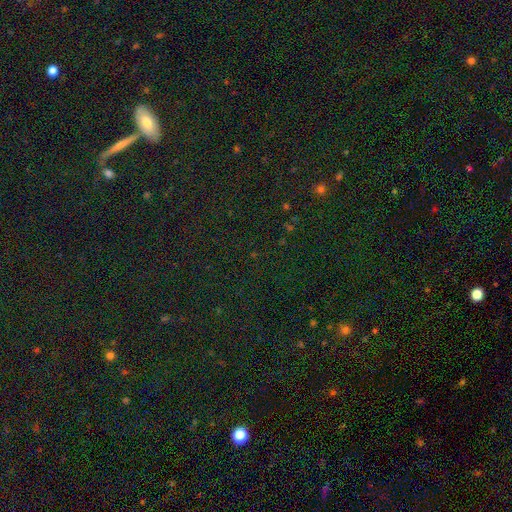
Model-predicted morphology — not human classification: Smooth or featured: star or artifact — 75% (smooth — 16%)